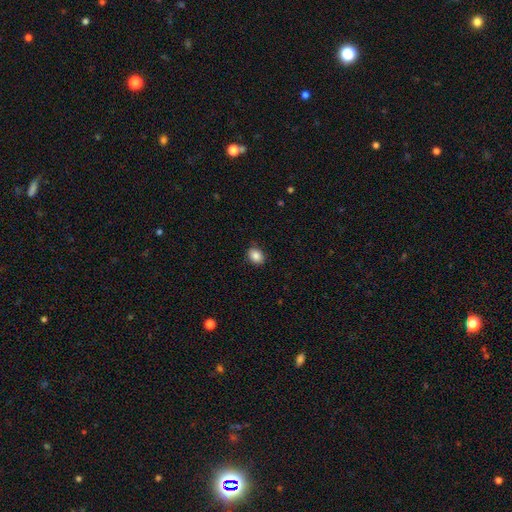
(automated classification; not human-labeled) smooth_or_featured: smooth (p=0.87) [alt: star or artifact p=0.09]
how_rounded: in between (p=0.55) [alt: round p=0.44]
merging: none (p=0.86) [alt: minor disturbance p=0.11]